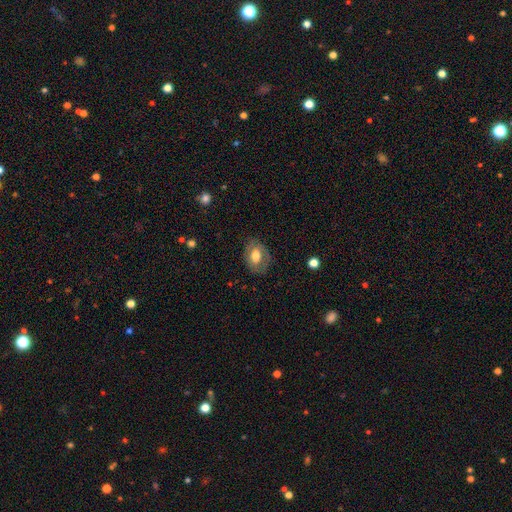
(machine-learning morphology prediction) type=smooth (56%); roundness=in between (74%); merging=none (74%).